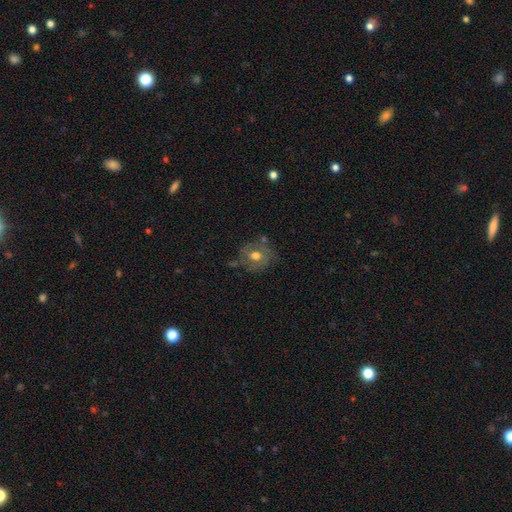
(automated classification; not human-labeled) A smooth galaxy with no disk features (51%) that is round (74%). Merging: none (61%).